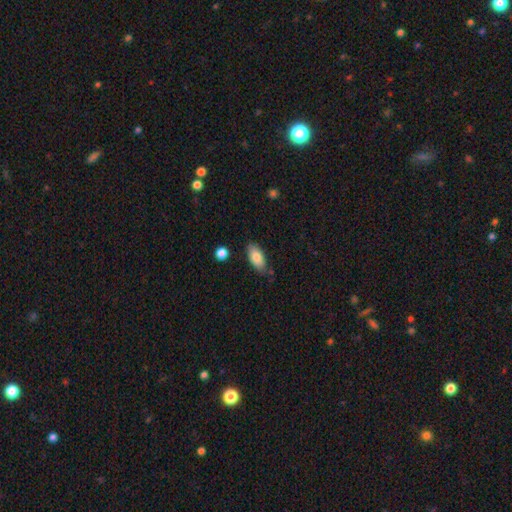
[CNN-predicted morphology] Smooth or featured?
  - smooth: 82% *
  - featured or disk: 11%
  - star or artifact: 7%
How rounded?
  - in between: 91% *
  - cigar-shaped: 7%
  - round: 3%
Merging?
  - none: 77% *
  - minor disturbance: 17%
  - merger: 3%
  - major disturbance: 3%